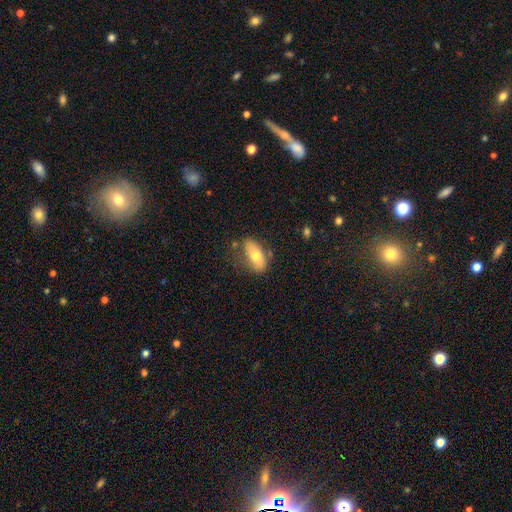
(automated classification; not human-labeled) This is likely a smooth galaxy (69%). How rounded: clearly in between (86%). Merging: likely none (63%).